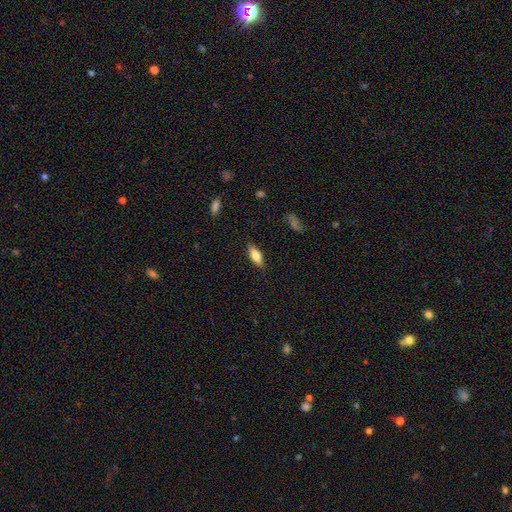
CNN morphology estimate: A smooth galaxy with no disk features (70%) that is in between round and cigar-shaped (69%). Merging: none (87%).